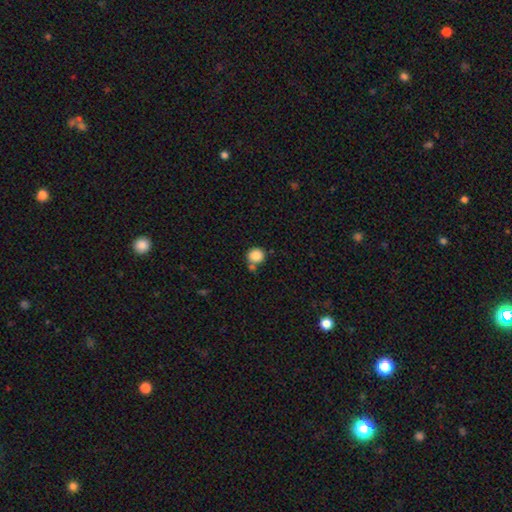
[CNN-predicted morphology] This is clearly a smooth galaxy (86%). How rounded: clearly round (87%). Merging: likely none (64%).